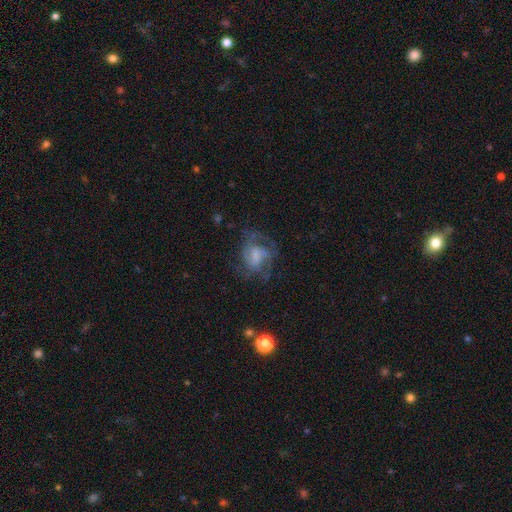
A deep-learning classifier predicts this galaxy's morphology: type=featured or disk (66%); edge-on=no (98%); bar=no (46%); spiral arms=yes (83%); winding=medium (48%); arm count=can't tell (31%); bulge=small (28%, tied with none and moderate); merging=none (54%).